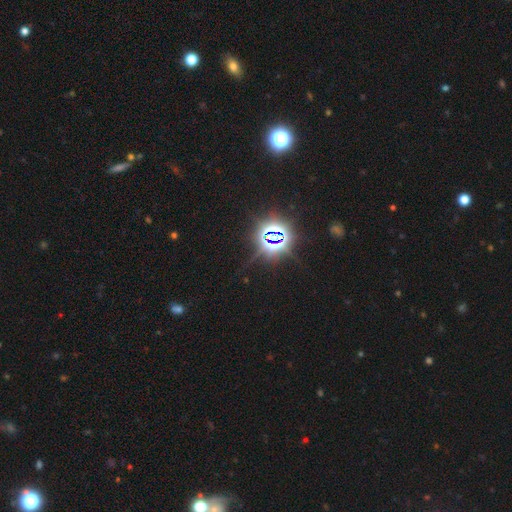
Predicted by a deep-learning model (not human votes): A star or artifact, not a galaxy (80%).